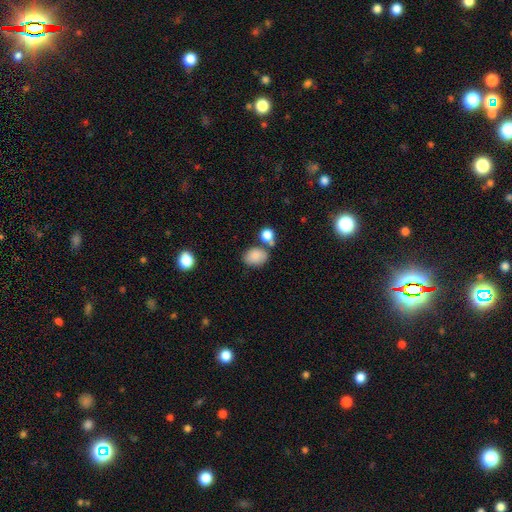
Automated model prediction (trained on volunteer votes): smooth-or-featured: smooth: 85% | star or artifact: 9% | featured or disk: 6%
  how-rounded: in between: 72% | round: 26% | cigar-shaped: 1%
  merging: none: 60% | merger: 19% | minor disturbance: 16% | major disturbance: 5%